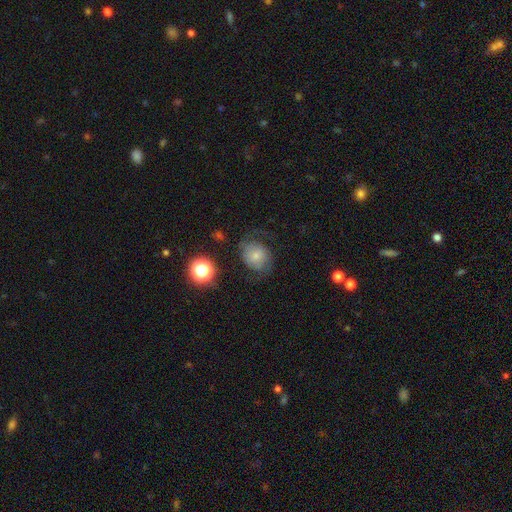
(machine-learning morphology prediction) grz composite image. It shows a smooth galaxy with no disk features (53%) that is round (68%). Merging: none (56%).